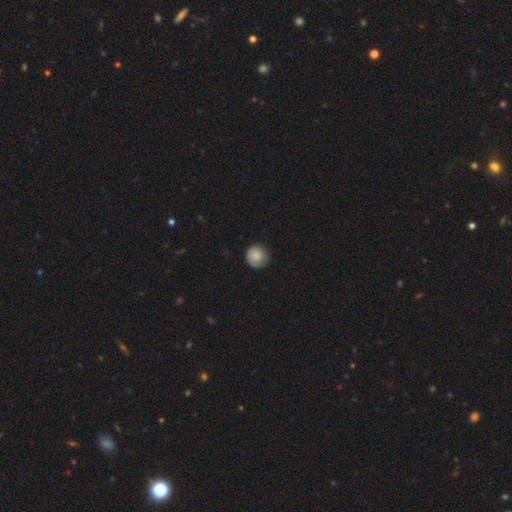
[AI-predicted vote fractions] Overall: smooth (79%). How rounded: round (92%). Merging: none (79%).